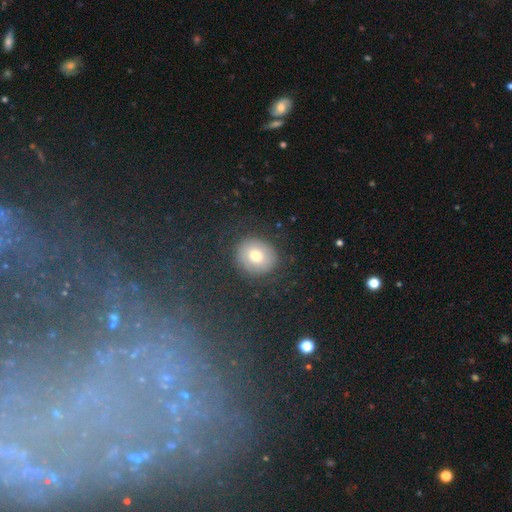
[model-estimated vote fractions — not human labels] smooth 71%, featured or disk 18%, star or artifact 11%. Down the decision tree: how rounded — round (76%); merging — none (86%).